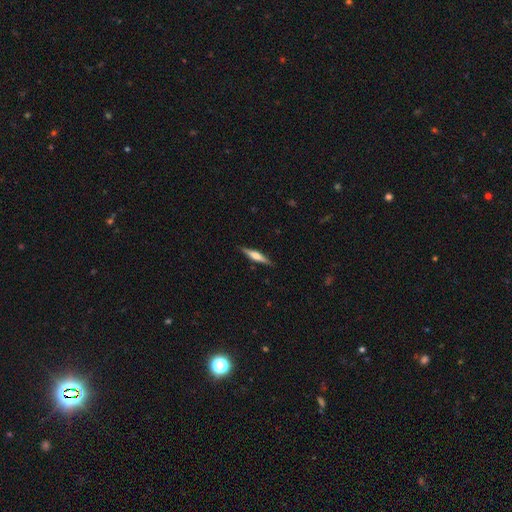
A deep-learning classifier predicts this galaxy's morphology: This appears to be a featured or disk galaxy (60%) viewed edge-on (97%) with a rounded central bulge (77%). Merging: none (89%).